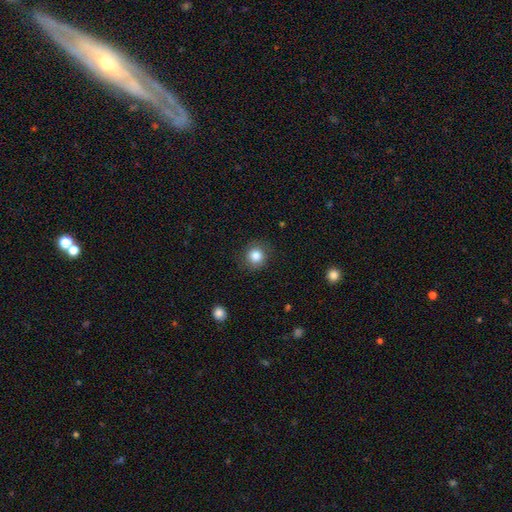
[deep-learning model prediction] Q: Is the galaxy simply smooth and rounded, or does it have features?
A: smooth — 84%.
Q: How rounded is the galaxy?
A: round — 89%.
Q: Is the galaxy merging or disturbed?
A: none — 86%.